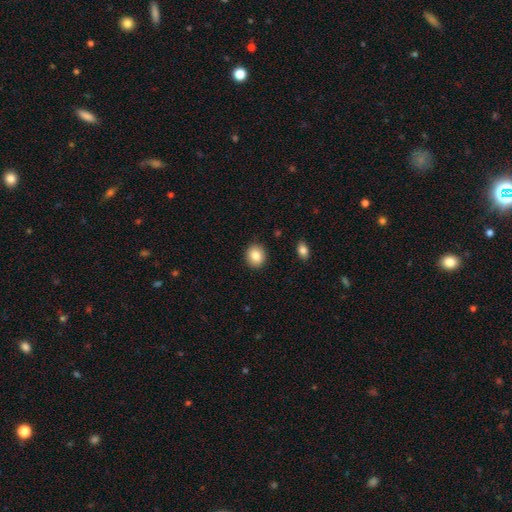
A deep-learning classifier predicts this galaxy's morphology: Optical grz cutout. It shows a smooth galaxy with no disk features (84%) that is round (75%). Merging: none (90%).